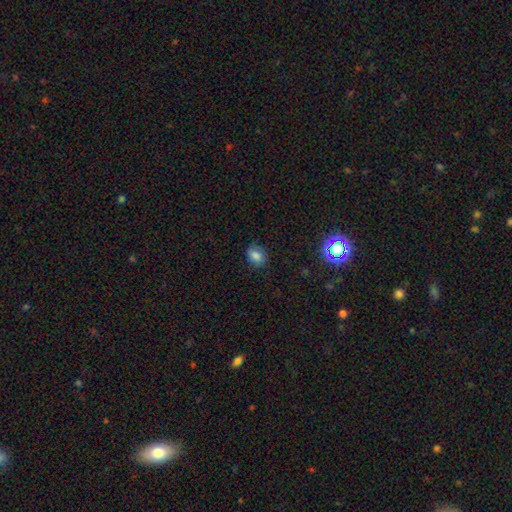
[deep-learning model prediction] Smooth or featured? smooth (80%)
How rounded? in between (65%)
Merging? none (81%)